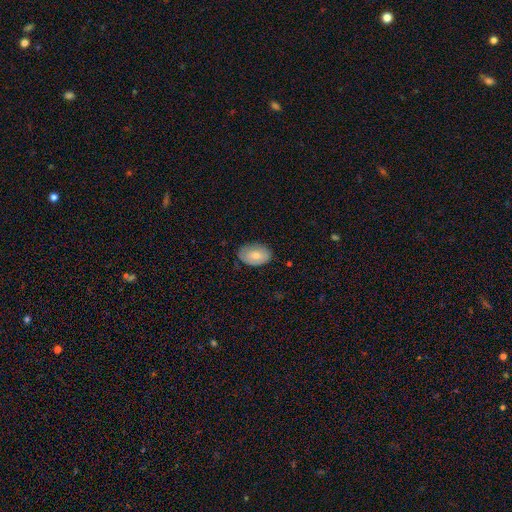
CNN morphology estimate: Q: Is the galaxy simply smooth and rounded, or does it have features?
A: smooth — 74%.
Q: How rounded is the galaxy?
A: in between — 90%.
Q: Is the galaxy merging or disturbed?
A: none — 77%.